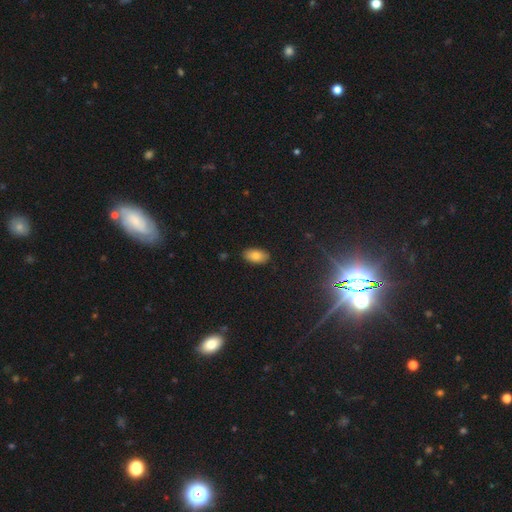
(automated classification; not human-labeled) A smooth galaxy with no disk features (80%) that is in between round and cigar-shaped (93%). Merging: none (88%).